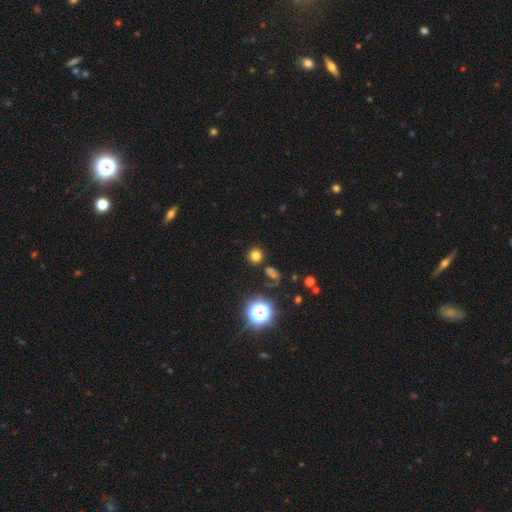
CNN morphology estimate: Smooth or featured?
  - smooth: 73% *
  - star or artifact: 21%
  - featured or disk: 6%
How rounded?
  - round: 92% *
  - in between: 7%
  - cigar-shaped: 1%
Merging?
  - none: 83% *
  - minor disturbance: 8%
  - merger: 6%
  - major disturbance: 3%